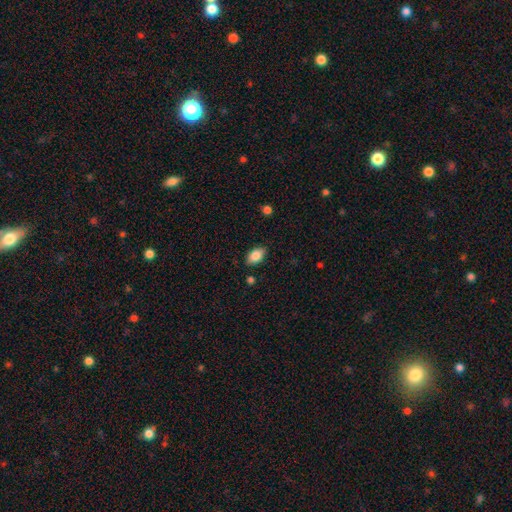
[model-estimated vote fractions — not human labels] This appears to be a smooth galaxy with no disk features (84%) that is in between round and cigar-shaped (92%). Merging: none (85%).